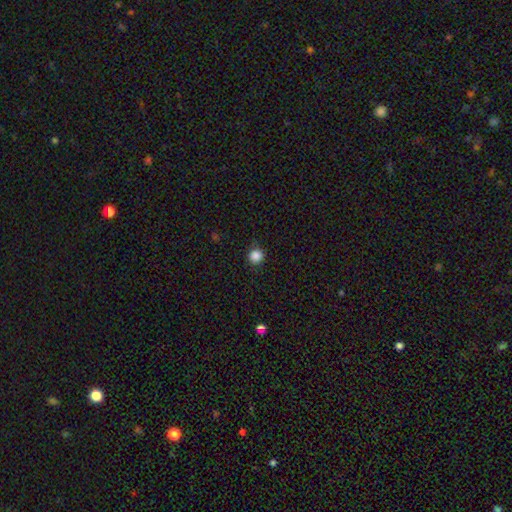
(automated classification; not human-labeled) The model was most divided on "smooth or featured": smooth: 86%, star or artifact: 11%, featured or disk: 3%. More confident: how rounded — round (93%); merging — none (86%).